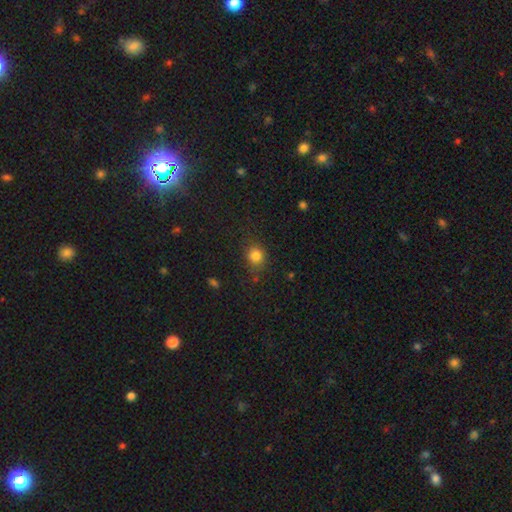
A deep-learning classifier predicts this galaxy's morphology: Smooth or featured: smooth — 80% (star or artifact — 13%)
How rounded: round — 71% (in between — 28%)
Merging: none — 77% (minor disturbance — 15%)